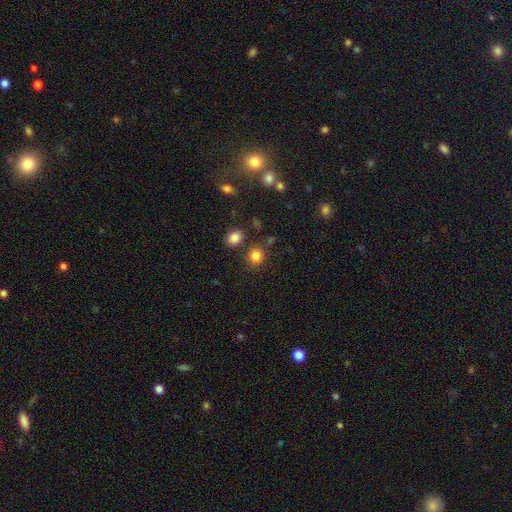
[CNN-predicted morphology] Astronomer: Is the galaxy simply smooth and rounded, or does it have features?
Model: smooth — 83%.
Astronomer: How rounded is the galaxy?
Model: round — 82%.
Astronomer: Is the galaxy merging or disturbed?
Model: none — 80%.